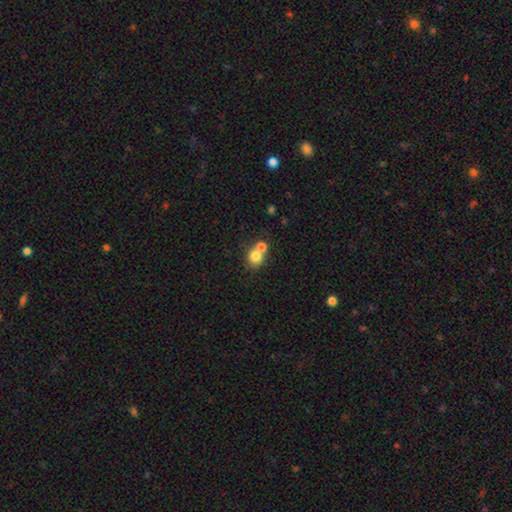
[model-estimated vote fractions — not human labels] The model was most divided on "merging": merger: 50%, none: 40%, minor disturbance: 7%, major disturbance: 3%. More confident: how rounded — round (80%); smooth or featured — smooth (79%).